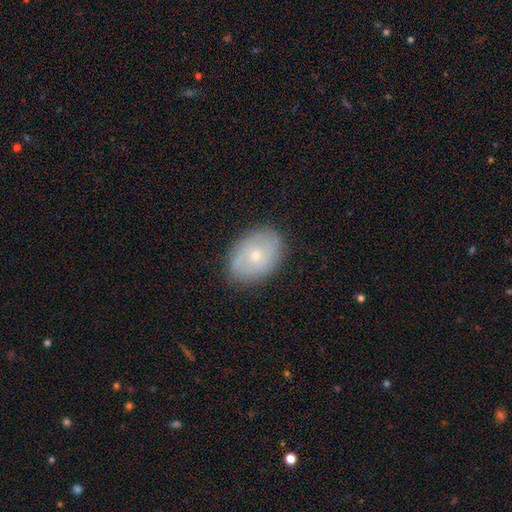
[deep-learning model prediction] A smooth galaxy with no disk features (49%).

Vote fractions:
- Smooth or featured? smooth: 49% / featured or disk: 42% / star or artifact: 8%
- Merging? none: 83% / minor disturbance: 13% / major disturbance: 3% / merger: 1%